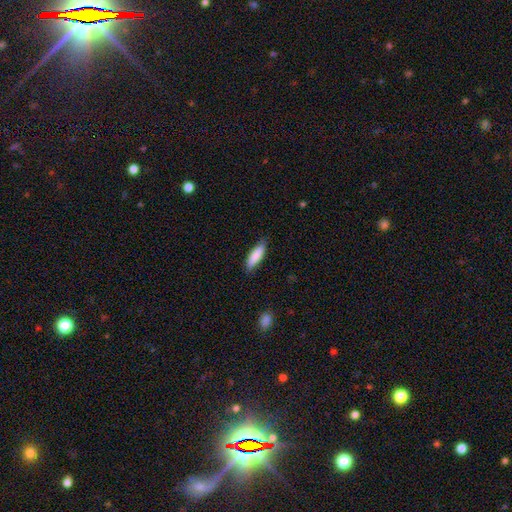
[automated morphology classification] This appears to be a smooth galaxy with no disk features (83%) that is cigar-shaped (60%). Merging: none (80%).